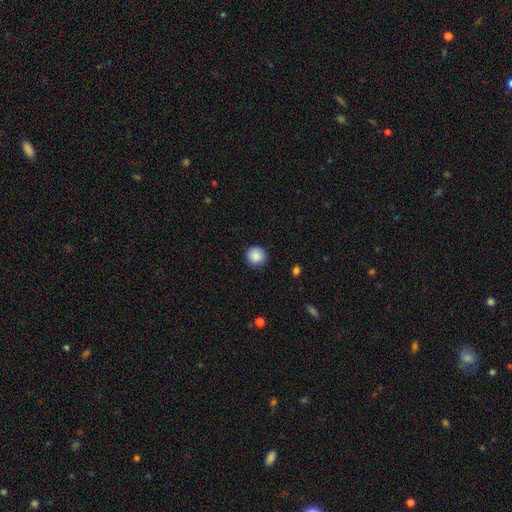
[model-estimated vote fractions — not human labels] smooth-or-featured: smooth: 88% | star or artifact: 8% | featured or disk: 3%
  how-rounded: round: 95% | in between: 4% | cigar-shaped: 1%
  merging: none: 90% | minor disturbance: 7% | major disturbance: 2% | merger: 1%